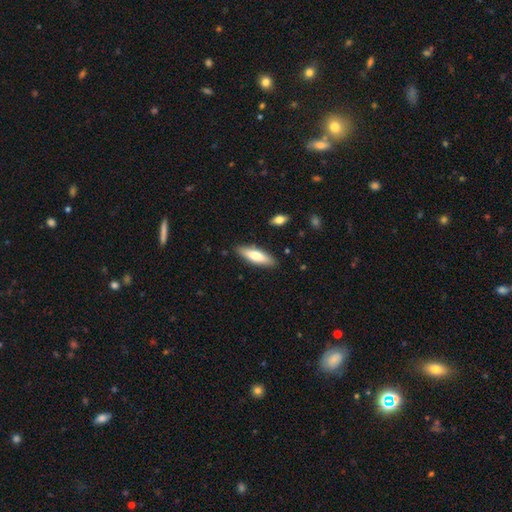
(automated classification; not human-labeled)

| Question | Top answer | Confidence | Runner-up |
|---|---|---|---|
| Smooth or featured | smooth | 68% | featured or disk (27%) |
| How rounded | cigar-shaped | 54% | in between (45%) |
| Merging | none | 86% | minor disturbance (10%) |